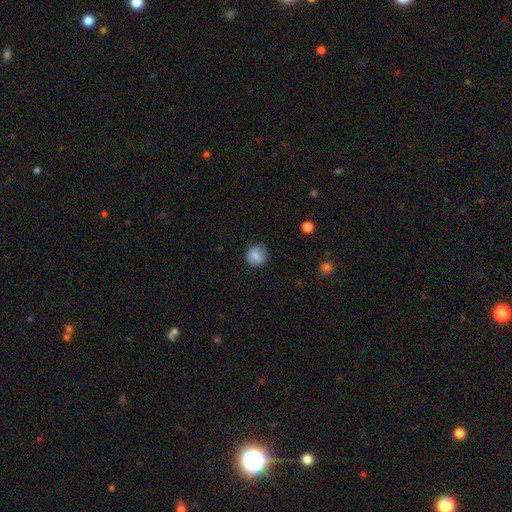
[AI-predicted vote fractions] The model was most divided on "merging": none: 81%, minor disturbance: 14%, major disturbance: 4%, merger: 1%. More confident: how rounded — round (85%); smooth or featured — smooth (83%).